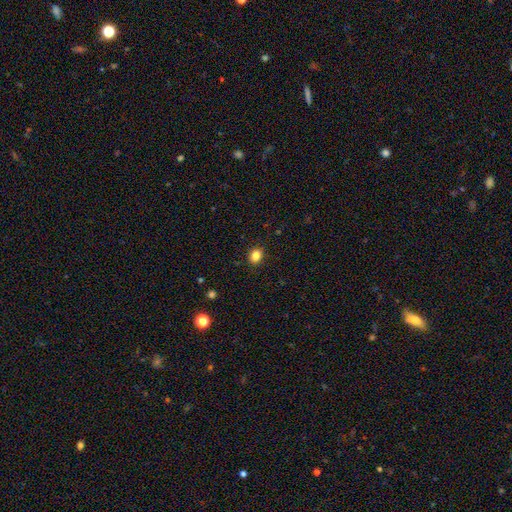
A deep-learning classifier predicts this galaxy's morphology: The model was most divided on "how rounded": round: 60%, in between: 39%, cigar-shaped: 1%. More confident: merging — none (90%); smooth or featured — smooth (84%).